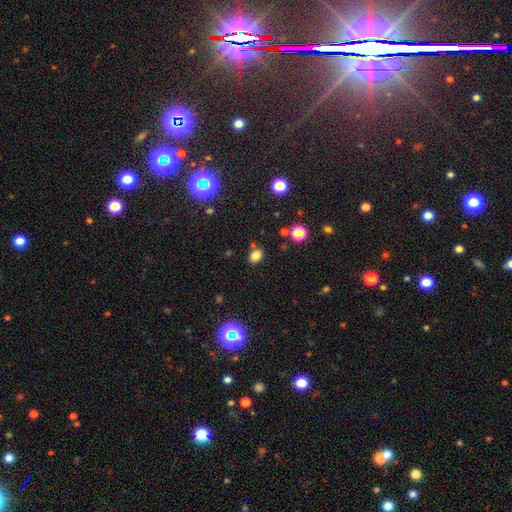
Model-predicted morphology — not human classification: Smooth or featured? smooth (79%)
How rounded? in between (67%)
Merging? none (76%)